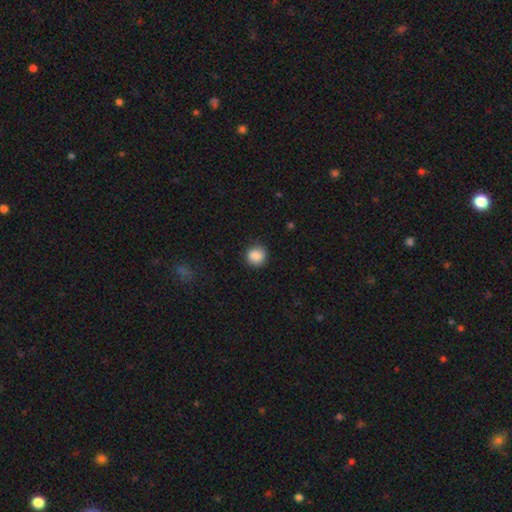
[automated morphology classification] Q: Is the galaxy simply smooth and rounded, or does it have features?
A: smooth — 88%.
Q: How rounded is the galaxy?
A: round — 89%.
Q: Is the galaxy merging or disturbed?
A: none — 87%.